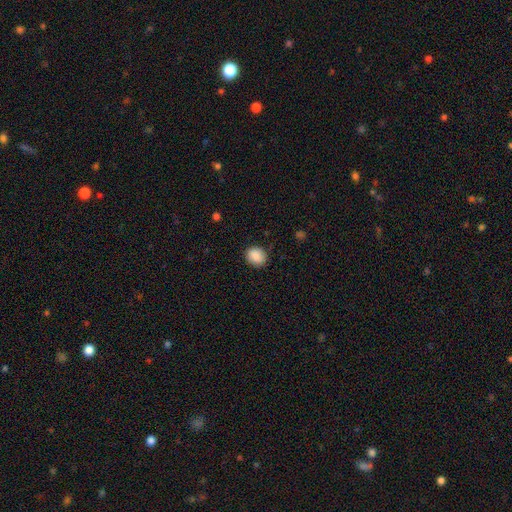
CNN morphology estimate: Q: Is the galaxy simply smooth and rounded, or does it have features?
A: smooth — 89%.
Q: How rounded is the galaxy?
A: round — 68%.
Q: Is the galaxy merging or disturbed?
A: none — 87%.